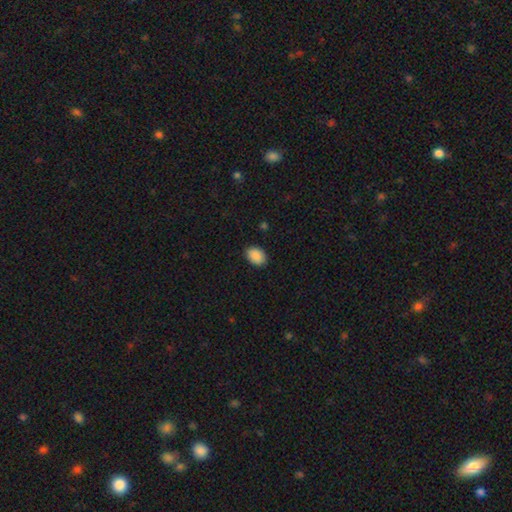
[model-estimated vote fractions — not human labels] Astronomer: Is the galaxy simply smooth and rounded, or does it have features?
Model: smooth — 90%.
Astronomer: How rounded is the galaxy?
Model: in between — 78%.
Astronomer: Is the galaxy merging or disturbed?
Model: none — 88%.